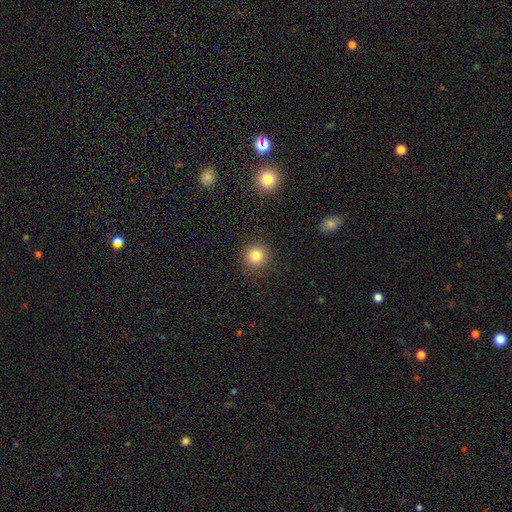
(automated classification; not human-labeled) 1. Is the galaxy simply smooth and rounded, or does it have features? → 82% smooth, 12% star or artifact, 7% featured or disk.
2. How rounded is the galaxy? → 93% round, 6% in between, 1% cigar-shaped.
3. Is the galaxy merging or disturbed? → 89% none, 7% minor disturbance, 2% major disturbance, 1% merger.